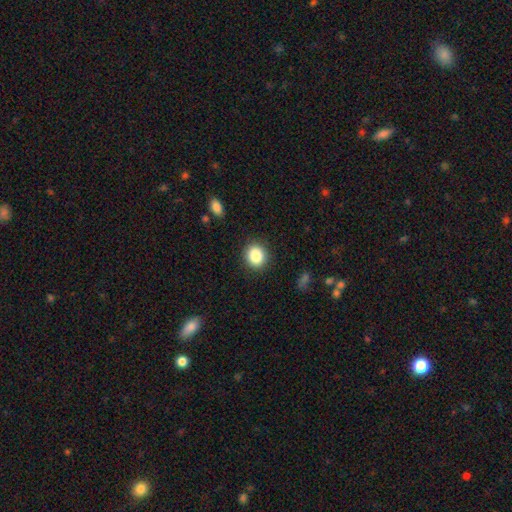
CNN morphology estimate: Smooth or featured? smooth (86%)
How rounded? round (77%)
Merging? none (89%)